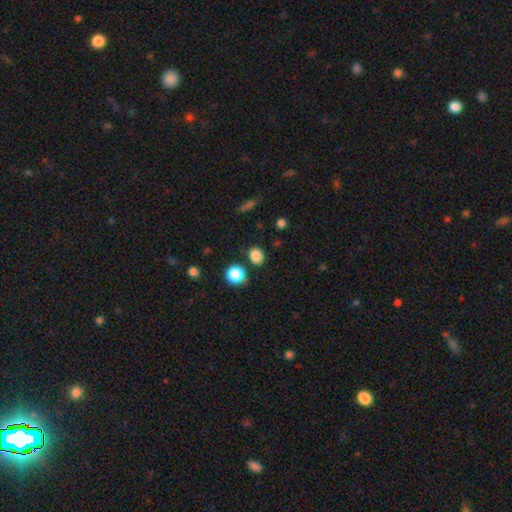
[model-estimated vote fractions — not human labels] Q: Smooth or featured?
A: smooth (84%); runner-up: star or artifact (12%)
Q: How rounded?
A: round (61%); runner-up: in between (38%)
Q: Merging?
A: none (81%); runner-up: minor disturbance (10%)